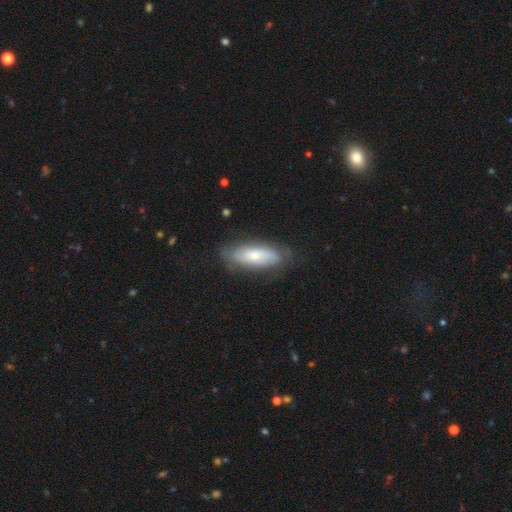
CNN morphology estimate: type=smooth (51%); roundness=in between (70%); merging=none (75%).